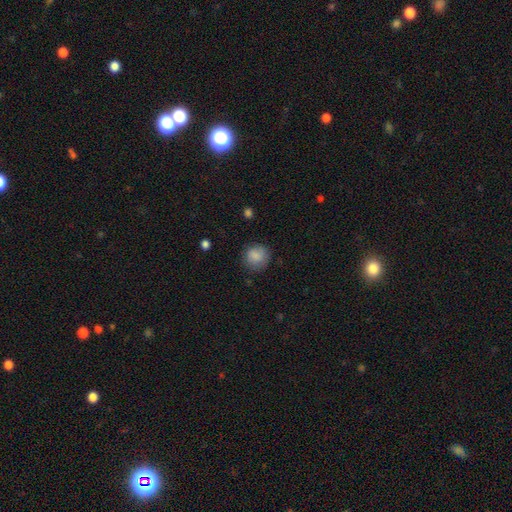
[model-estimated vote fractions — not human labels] smooth-or-featured: smooth: 85% | star or artifact: 8% | featured or disk: 6%
  how-rounded: round: 88% | in between: 11% | cigar-shaped: 1%
  merging: none: 79% | minor disturbance: 16% | major disturbance: 4% | merger: 1%